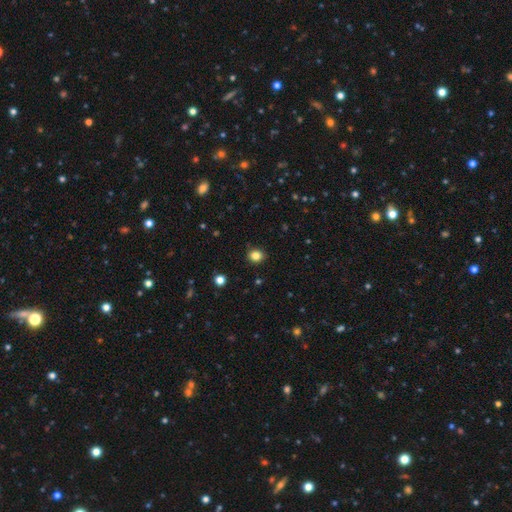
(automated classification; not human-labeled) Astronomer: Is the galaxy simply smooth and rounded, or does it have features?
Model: smooth — 83%.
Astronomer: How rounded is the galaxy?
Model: round — 71%.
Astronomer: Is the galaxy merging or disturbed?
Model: none — 89%.